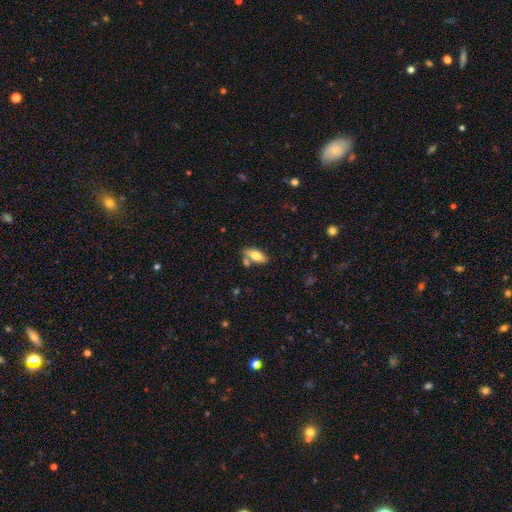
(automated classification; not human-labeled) Overall: smooth (76%). How rounded: in between (86%). Merging: none (65%).